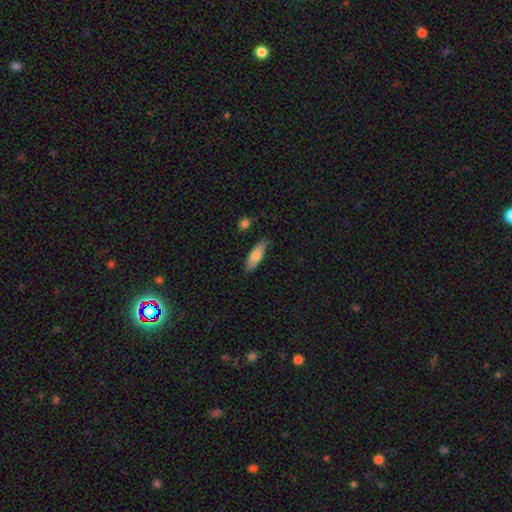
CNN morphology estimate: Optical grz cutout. It shows a smooth galaxy with no disk features (73%) that is in between round and cigar-shaped (56%). Merging: none (80%).